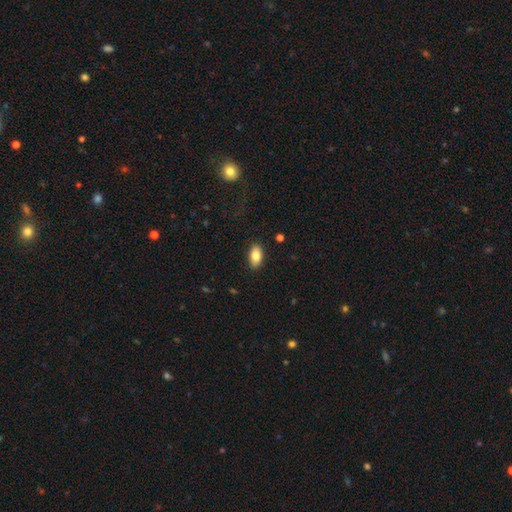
Smooth or featured? 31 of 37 (84%) said smooth. How rounded? 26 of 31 (84%) said in between. Merging? 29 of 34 (85%) said none.